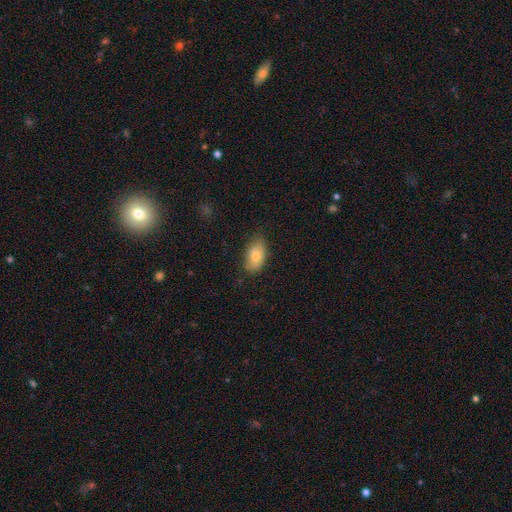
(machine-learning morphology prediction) A smooth galaxy with no disk features (75%) that is in between round and cigar-shaped (91%).

Vote fractions:
- Smooth or featured? smooth: 75% / featured or disk: 17% / star or artifact: 8%
- How rounded? in between: 91% / round: 7% / cigar-shaped: 2%
- Merging? none: 74% / minor disturbance: 21% / major disturbance: 4% / merger: 1%